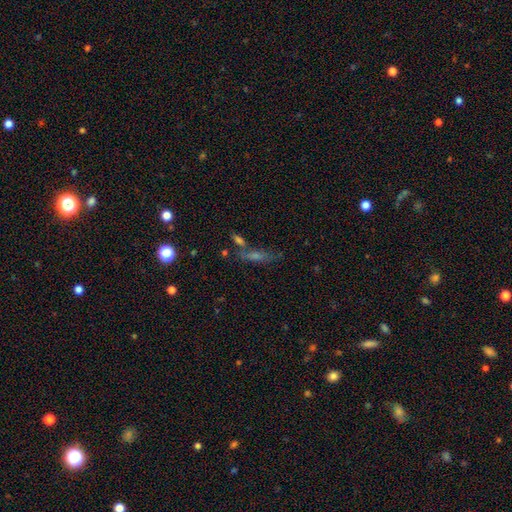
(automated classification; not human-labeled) The model was most divided on "smooth or featured": smooth: 40%, featured or disk: 35%, star or artifact: 25%. More confident: merging — none (56%).